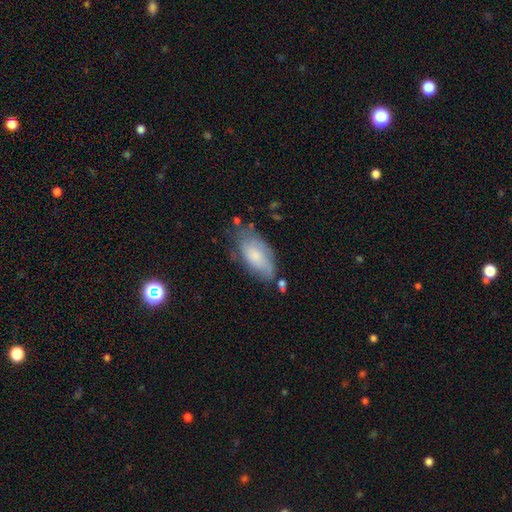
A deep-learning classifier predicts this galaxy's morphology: smooth-or-featured: smooth: 62% | featured or disk: 30% | star or artifact: 8%
  how-rounded: in between: 90% | cigar-shaped: 7% | round: 3%
  merging: none: 55% | minor disturbance: 30% | major disturbance: 10% | merger: 5%